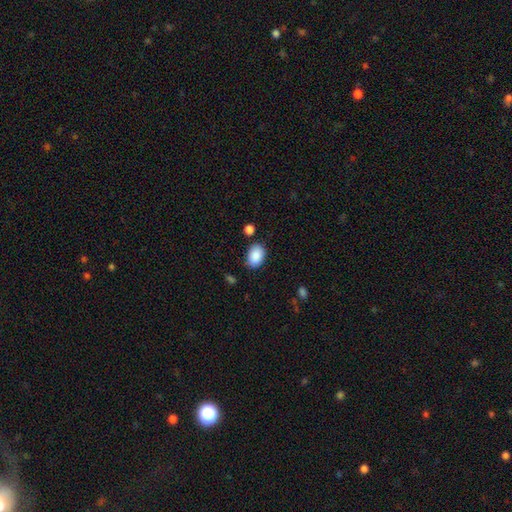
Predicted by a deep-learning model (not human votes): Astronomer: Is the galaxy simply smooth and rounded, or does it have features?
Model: smooth — 89%.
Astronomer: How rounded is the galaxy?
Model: in between — 81%.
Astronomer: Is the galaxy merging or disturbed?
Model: none — 79%.